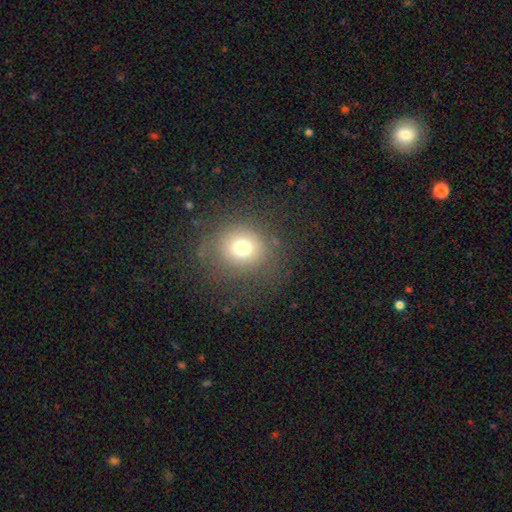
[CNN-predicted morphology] type=smooth (67%); roundness=round (85%); merging=none (79%).